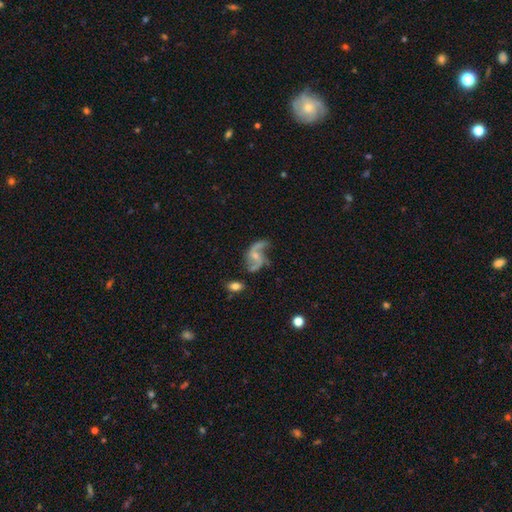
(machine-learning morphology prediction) The model was most divided on "bar": no: 55%, weak: 36%, strong: 10%. Remaining: edge-on disk — no (98%); spiral arms — yes (93%); spiral arm count — 2 (87%); smooth or featured — featured or disk (85%); spiral winding — loose (77%); bulge size — small (58%); merging — none (48%).